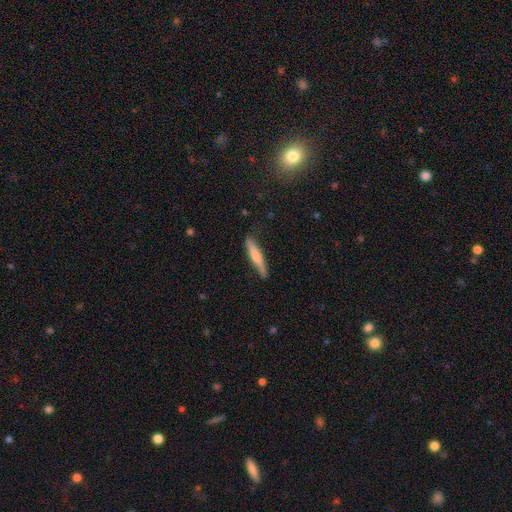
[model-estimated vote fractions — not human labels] This appears to be a smooth galaxy with no disk features (64%) that is cigar-shaped (91%). Merging: none (73%).